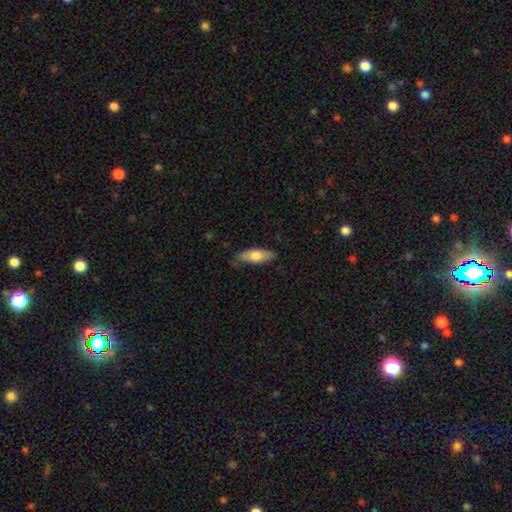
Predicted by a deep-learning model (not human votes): smooth_or_featured: smooth (p=0.71) [alt: featured or disk p=0.24]
how_rounded: in between (p=0.68) [alt: cigar-shaped p=0.30]
merging: none (p=0.76) [alt: minor disturbance p=0.19]